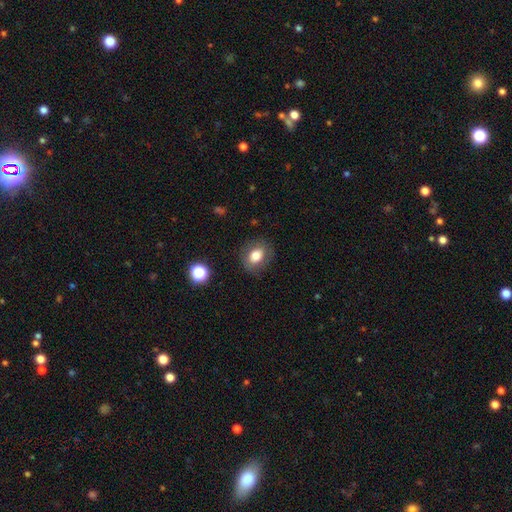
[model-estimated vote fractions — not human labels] A smooth galaxy with no disk features (74%) that is in between round and cigar-shaped (50%).

Vote fractions:
- Smooth or featured? smooth: 74% / featured or disk: 16% / star or artifact: 10%
- How rounded? in between: 50% / round: 49% / cigar-shaped: 1%
- Merging? none: 82% / minor disturbance: 12% / major disturbance: 5% / merger: 1%